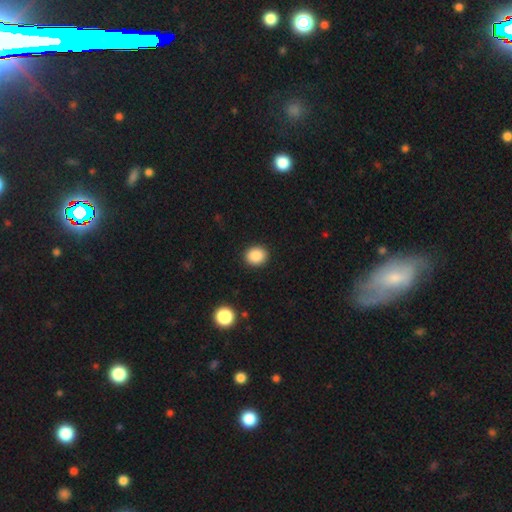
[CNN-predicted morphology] type=smooth (88%); roundness=round (75%); merging=none (92%).